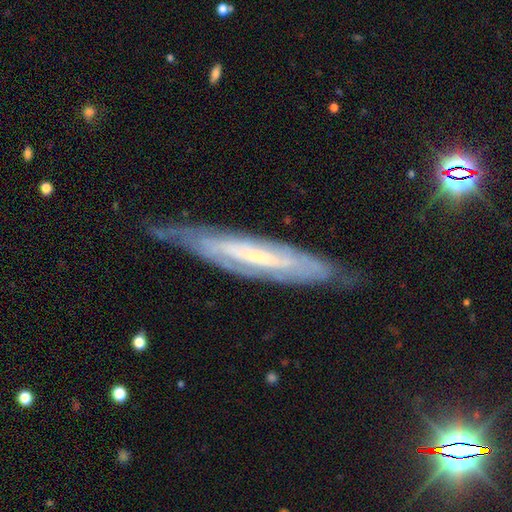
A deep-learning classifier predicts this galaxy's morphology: smooth_or_featured: featured or disk (p=0.76) [alt: smooth p=0.17]
disk_edge_on: yes (p=0.53) [alt: no p=0.47]
merging: none (p=0.70) [alt: minor disturbance p=0.22]